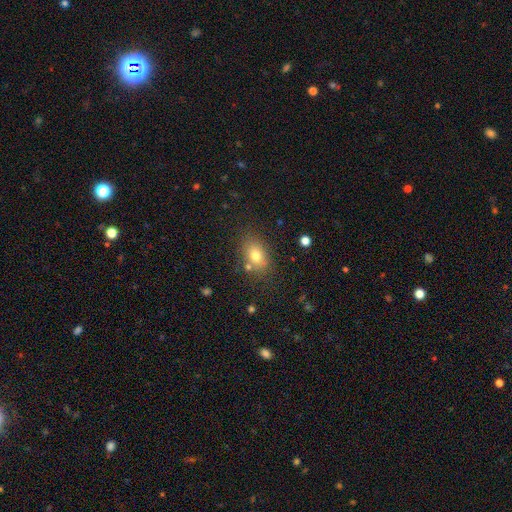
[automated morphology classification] Smooth or featured: smooth — 77% (featured or disk — 13%)
How rounded: in between — 78% (round — 20%)
Merging: none — 73% (minor disturbance — 14%)